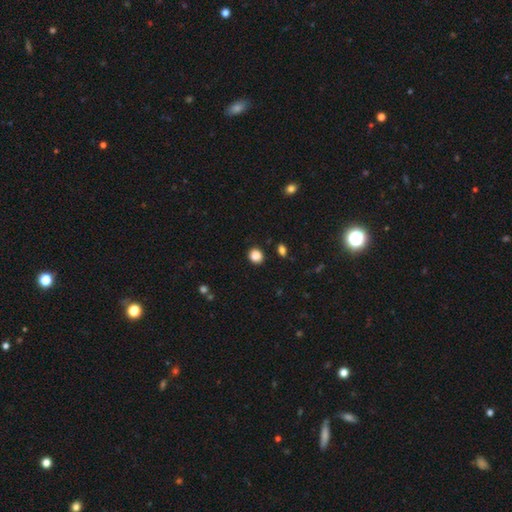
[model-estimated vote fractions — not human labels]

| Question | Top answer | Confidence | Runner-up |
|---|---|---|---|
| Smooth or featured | smooth | 86% | star or artifact (11%) |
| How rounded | round | 80% | in between (19%) |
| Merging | none | 89% | minor disturbance (7%) |